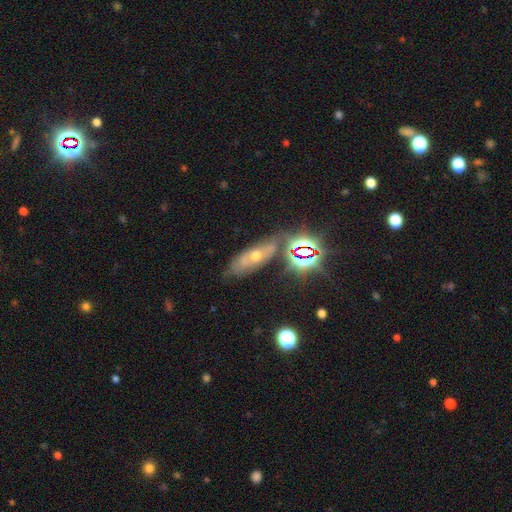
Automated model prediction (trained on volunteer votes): Overall: featured or disk (39%; star or artifact 34%). Merging: none (65%).